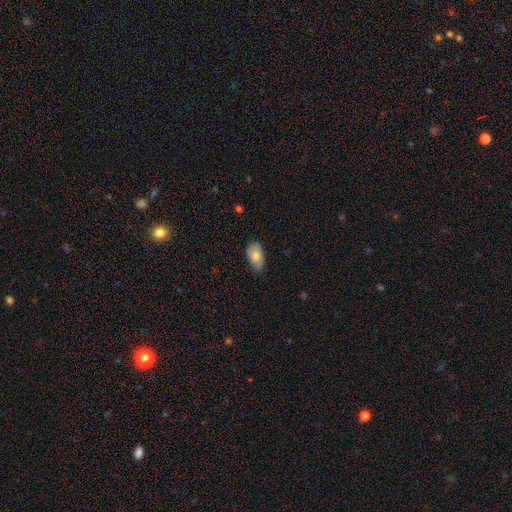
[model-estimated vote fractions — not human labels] smooth_or_featured: smooth (p=0.77) [alt: featured or disk p=0.16]
how_rounded: in between (p=0.93) [alt: round p=0.05]
merging: none (p=0.68) [alt: minor disturbance p=0.27]